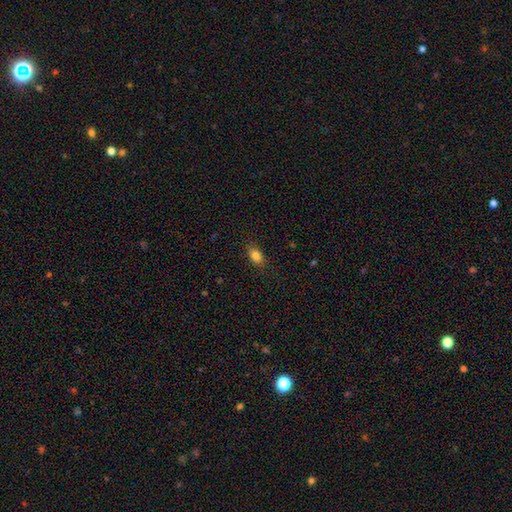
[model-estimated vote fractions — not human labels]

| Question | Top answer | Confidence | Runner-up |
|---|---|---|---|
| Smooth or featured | smooth | 84% | star or artifact (9%) |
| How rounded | in between | 86% | round (10%) |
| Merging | none | 86% | minor disturbance (10%) |